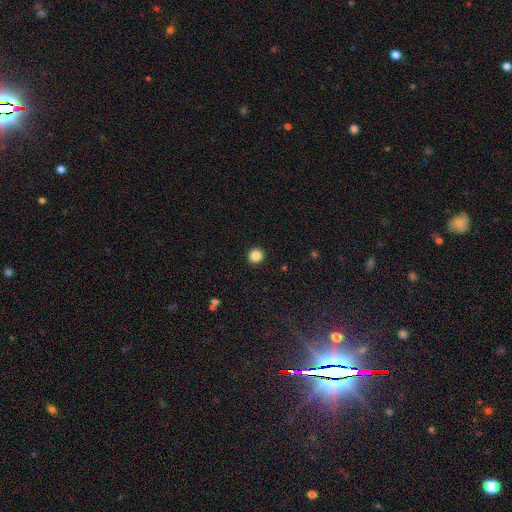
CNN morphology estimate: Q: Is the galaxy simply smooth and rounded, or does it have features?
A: smooth — 86%.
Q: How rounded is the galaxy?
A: round — 94%.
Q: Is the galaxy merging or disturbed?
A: none — 93%.